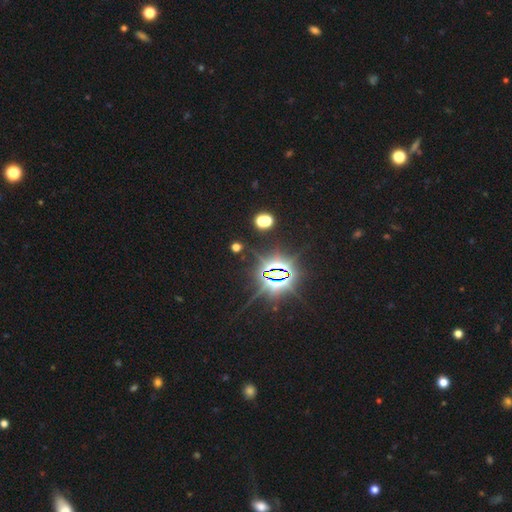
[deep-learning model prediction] Smooth or featured: star or artifact — 83% (smooth — 10%)